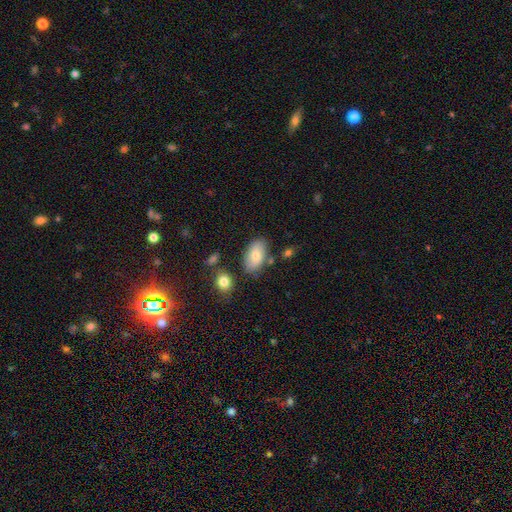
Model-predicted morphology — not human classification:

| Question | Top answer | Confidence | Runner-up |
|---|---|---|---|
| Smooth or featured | smooth | 76% | featured or disk (17%) |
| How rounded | in between | 93% | round (5%) |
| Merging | none | 76% | minor disturbance (15%) |